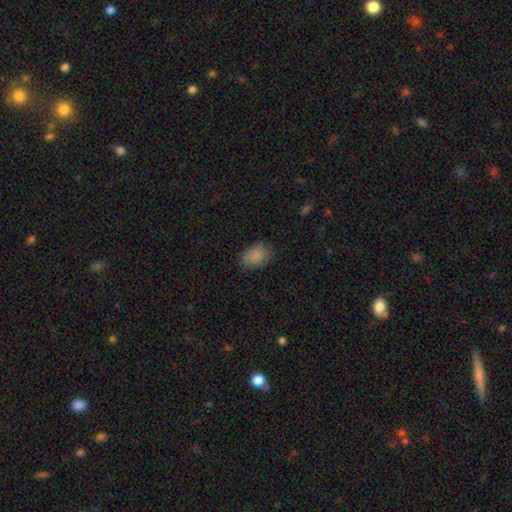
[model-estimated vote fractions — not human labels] Q: Smooth or featured?
A: smooth (87%); runner-up: star or artifact (8%)
Q: How rounded?
A: in between (85%); runner-up: round (14%)
Q: Merging?
A: none (78%); runner-up: minor disturbance (17%)